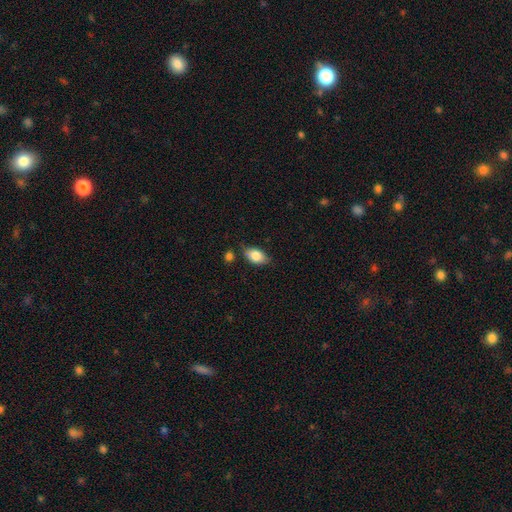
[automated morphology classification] Overall: smooth (82%). How rounded: in between (89%). Merging: none (72%).